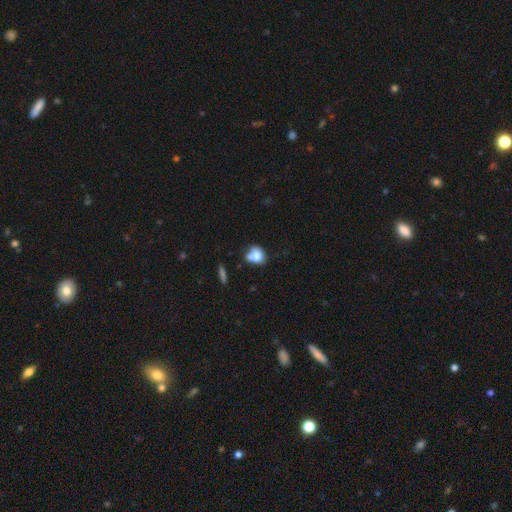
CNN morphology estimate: A smooth galaxy with no disk features (75%) that is round (54%).

Vote fractions:
- Smooth or featured? smooth: 75% / featured or disk: 15% / star or artifact: 10%
- How rounded? round: 54% / in between: 44% / cigar-shaped: 2%
- Merging? none: 41% / minor disturbance: 27% / merger: 20% / major disturbance: 12%